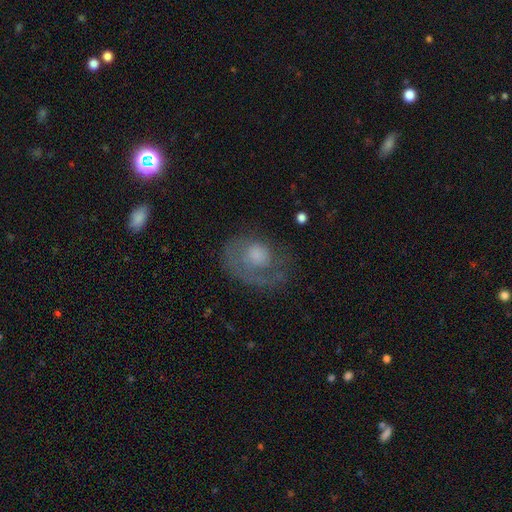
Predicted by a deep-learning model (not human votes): Smooth or featured? Predicted: featured or disk (p=0.56). Edge-on disk? Predicted: no (p=0.97). Bar? Predicted: no (p=0.85). Spiral arms? Predicted: yes (p=0.69). Bulge size? Predicted: moderate (p=0.38). Merging? Predicted: none (p=0.46).